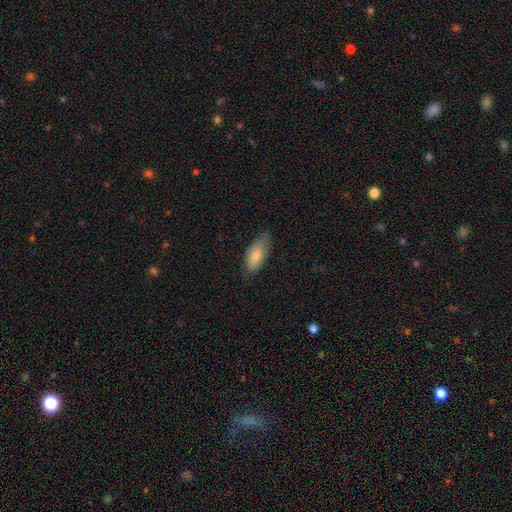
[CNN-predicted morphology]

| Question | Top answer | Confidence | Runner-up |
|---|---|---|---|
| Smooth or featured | smooth | 78% | featured or disk (16%) |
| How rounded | in between | 88% | cigar-shaped (10%) |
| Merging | none | 50% | minor disturbance (39%) |